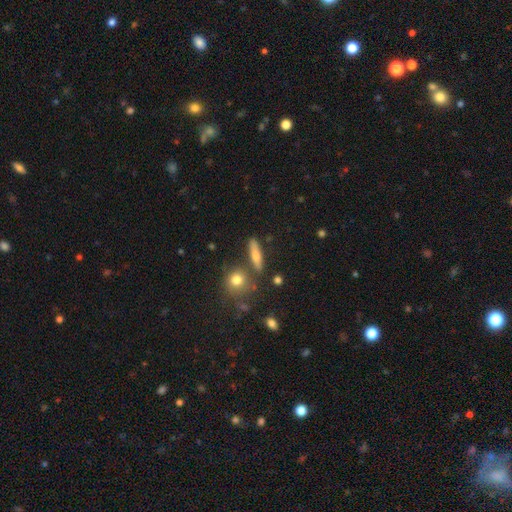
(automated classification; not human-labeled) smooth 47%, featured or disk 42%, star or artifact 11%. Down the decision tree: merging — none (78%).